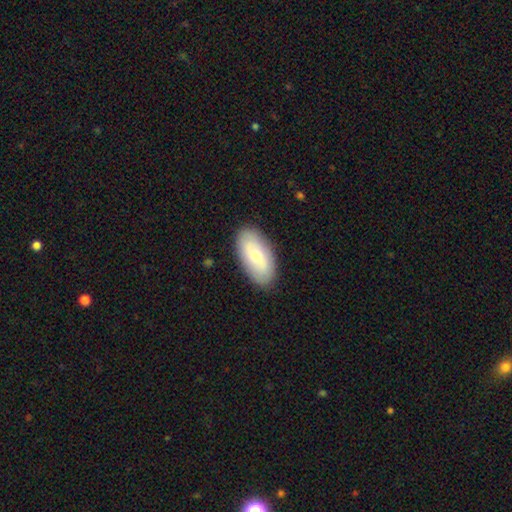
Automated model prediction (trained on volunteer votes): Q: Smooth or featured?
A: smooth (63%); runner-up: featured or disk (31%)
Q: How rounded?
A: in between (94%); runner-up: cigar-shaped (4%)
Q: Merging?
A: none (87%); runner-up: minor disturbance (9%)